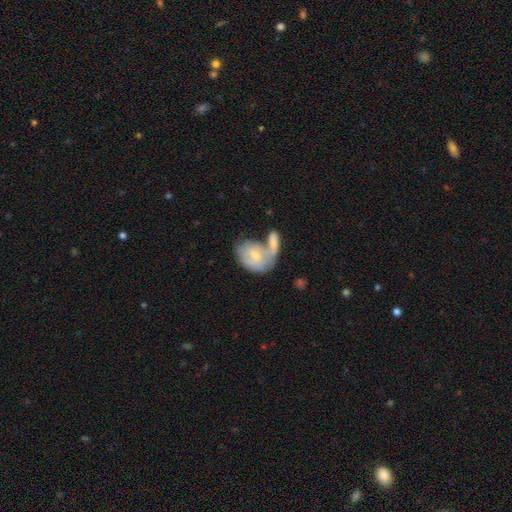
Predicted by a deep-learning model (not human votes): smooth_or_featured: smooth (p=0.57) [alt: featured or disk p=0.36]
how_rounded: in between (p=0.72) [alt: round p=0.26]
merging: merger (p=0.53) [alt: none p=0.23]